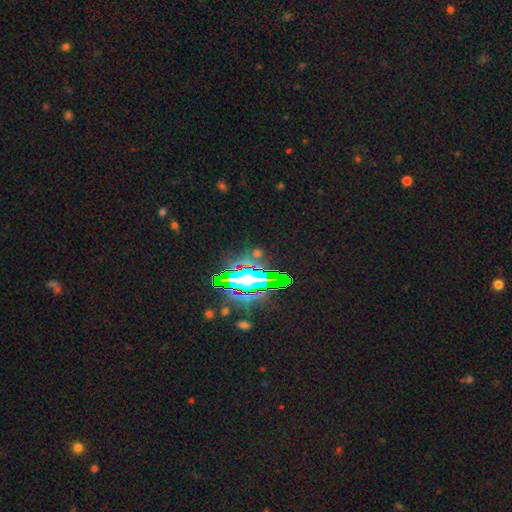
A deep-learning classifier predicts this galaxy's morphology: Q: Smooth or featured?
A: star or artifact (73%); runner-up: smooth (14%)